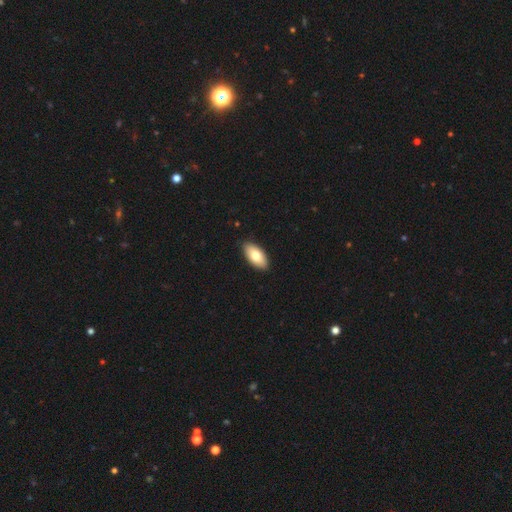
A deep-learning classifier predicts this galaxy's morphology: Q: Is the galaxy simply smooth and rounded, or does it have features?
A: smooth — 78%.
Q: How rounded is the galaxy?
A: in between — 93%.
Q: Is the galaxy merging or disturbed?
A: none — 89%.